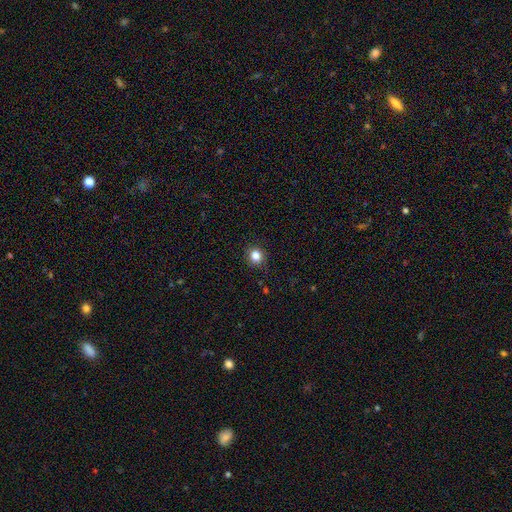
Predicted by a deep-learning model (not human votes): A smooth galaxy with no disk features (83%) that is round (87%). Merging: none (89%).